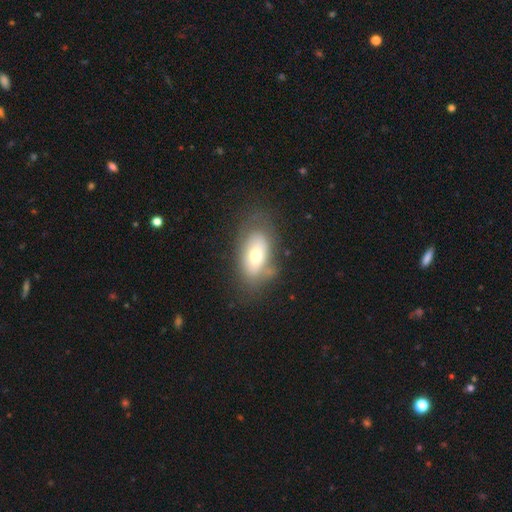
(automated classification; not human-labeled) Smooth or featured? Predicted: smooth (p=0.57). How rounded? Predicted: in between (p=0.90). Merging? Predicted: none (p=0.63).